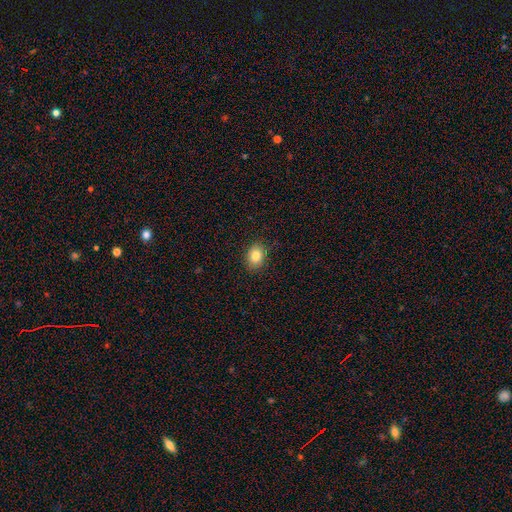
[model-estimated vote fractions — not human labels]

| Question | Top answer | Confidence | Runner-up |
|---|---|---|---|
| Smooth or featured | smooth | 83% | star or artifact (9%) |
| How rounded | in between | 65% | round (34%) |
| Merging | none | 87% | minor disturbance (10%) |